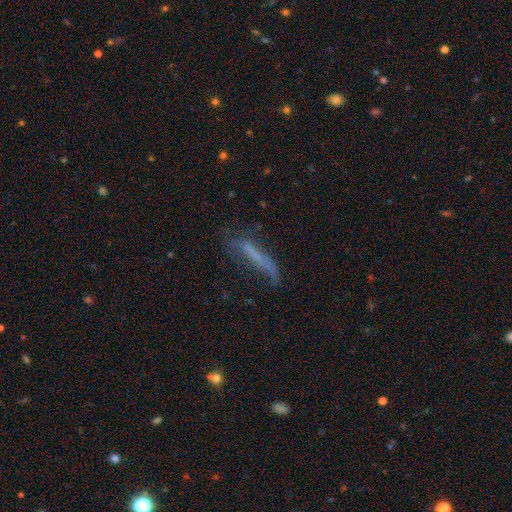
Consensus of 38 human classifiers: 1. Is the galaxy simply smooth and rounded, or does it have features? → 50% smooth, 39% featured or disk, 11% star or artifact.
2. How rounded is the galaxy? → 84% cigar-shaped, 16% in between, 0% round.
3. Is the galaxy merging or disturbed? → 38% major disturbance, 32% none, 21% minor disturbance, 9% merger.